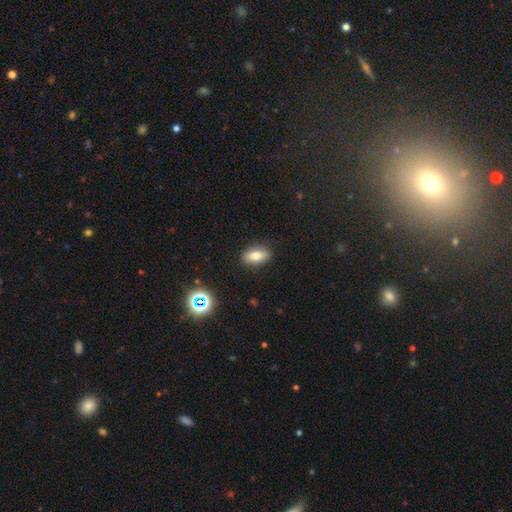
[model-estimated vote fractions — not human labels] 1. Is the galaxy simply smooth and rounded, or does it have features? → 77% smooth, 13% featured or disk, 10% star or artifact.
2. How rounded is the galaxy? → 85% in between, 8% cigar-shaped, 7% round.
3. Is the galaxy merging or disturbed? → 87% none, 9% minor disturbance, 2% major disturbance, 1% merger.